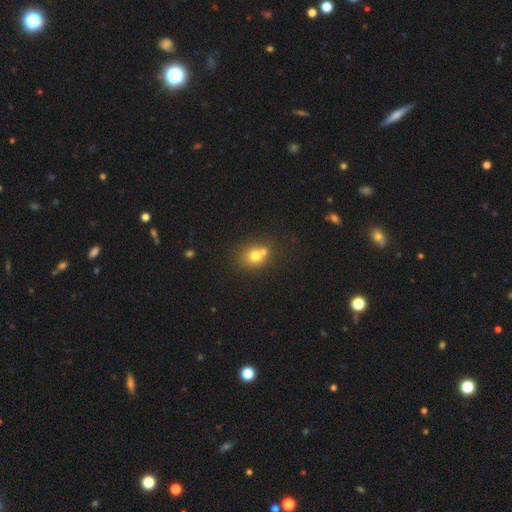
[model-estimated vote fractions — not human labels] This is likely a smooth galaxy (71%). How rounded: likely round (72%). Merging: possibly none (50%).